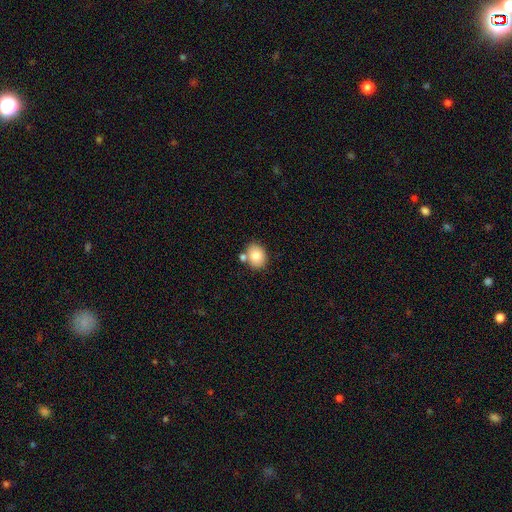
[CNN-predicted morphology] smooth 80%, featured or disk 11%, star or artifact 9%. Down the decision tree: how rounded — in between (52%); merging — none (68%).